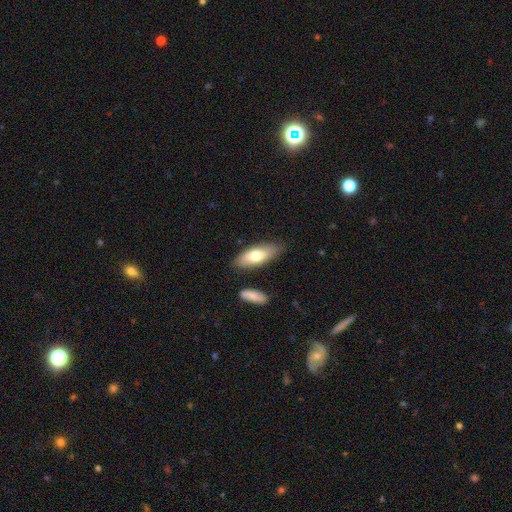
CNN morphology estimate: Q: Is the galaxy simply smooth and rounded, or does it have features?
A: smooth — 72%.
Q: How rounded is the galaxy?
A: in between — 75%.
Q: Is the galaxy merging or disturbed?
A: none — 78%.